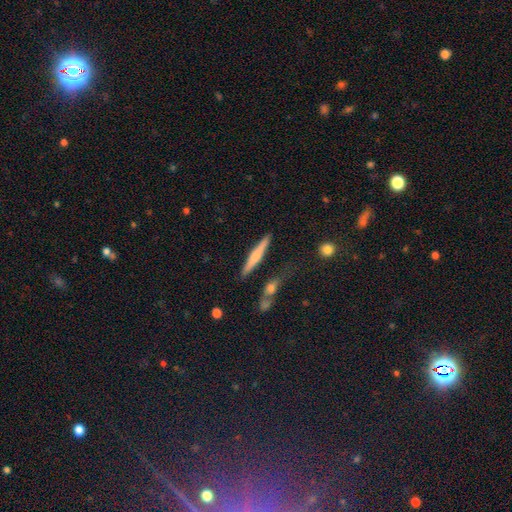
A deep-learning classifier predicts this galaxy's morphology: This appears to be a smooth galaxy with no disk features (54%) that is cigar-shaped (93%). Merging: none (83%).